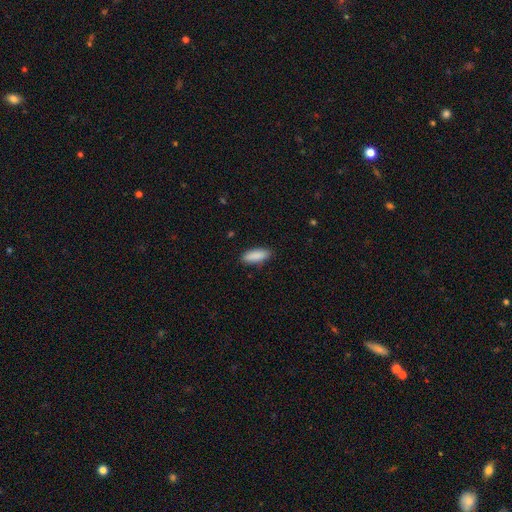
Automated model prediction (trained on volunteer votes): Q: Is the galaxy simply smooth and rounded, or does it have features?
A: smooth — 90%.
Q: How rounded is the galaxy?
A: in between — 67%.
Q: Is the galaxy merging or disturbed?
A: none — 87%.